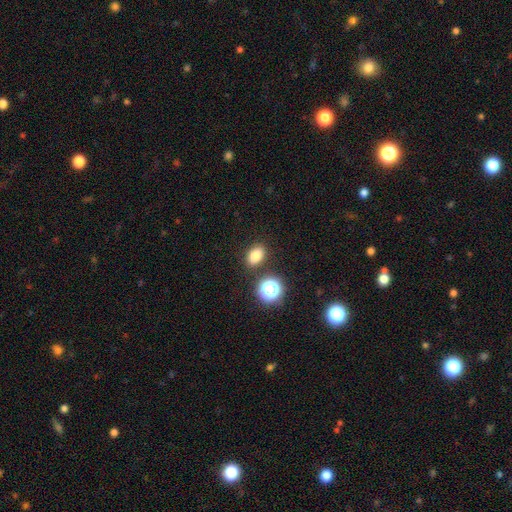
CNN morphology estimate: Smooth or featured? Predicted: smooth (p=0.80). How rounded? Predicted: in between (p=0.75). Merging? Predicted: none (p=0.81).